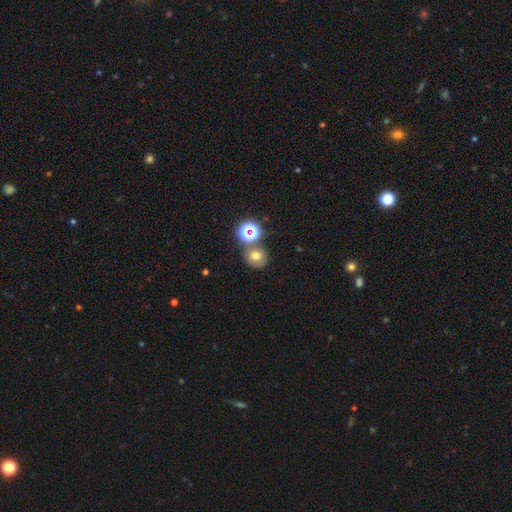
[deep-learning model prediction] smooth 64%, star or artifact 22%, featured or disk 14%. Down the decision tree: how rounded — round (76%); merging — none (62%).